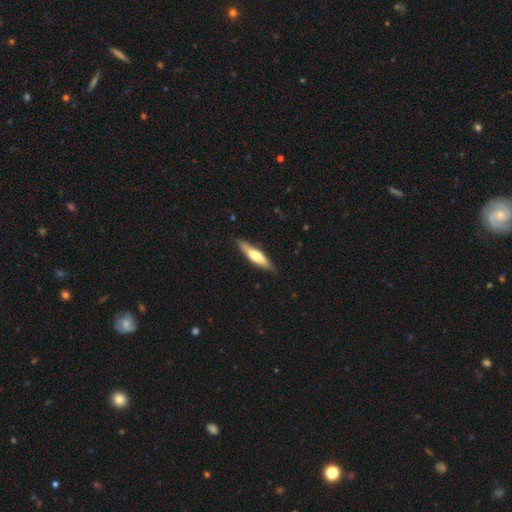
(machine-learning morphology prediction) smooth_or_featured: smooth (p=0.50) [alt: featured or disk p=0.45]
how_rounded: cigar-shaped (p=0.76) [alt: in between p=0.22]
merging: none (p=0.82) [alt: minor disturbance p=0.14]